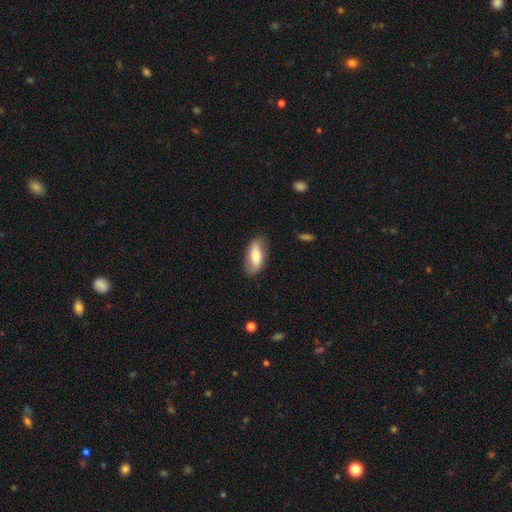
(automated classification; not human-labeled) This is possibly a smooth galaxy (57%). How rounded: clearly in between (82%). Merging: likely none (80%).